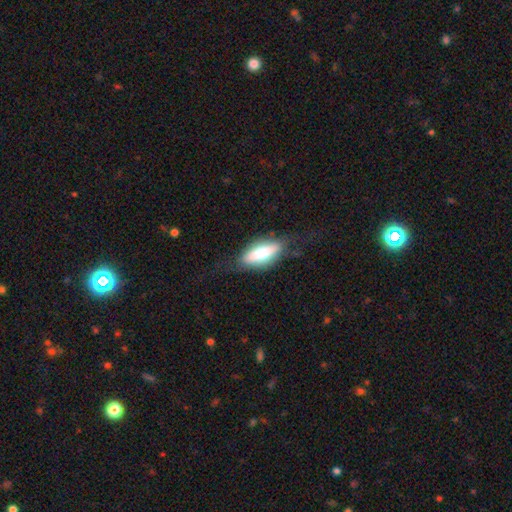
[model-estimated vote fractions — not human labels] Smooth or featured: smooth — 59% (featured or disk — 35%)
How rounded: in between — 65% (cigar-shaped — 33%)
Merging: none — 68% (minor disturbance — 20%)